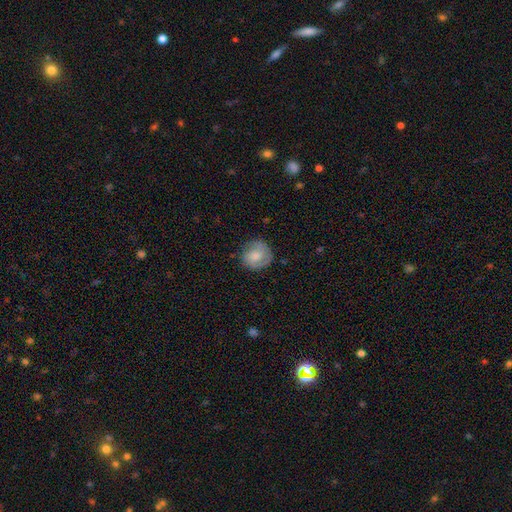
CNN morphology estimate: smooth_or_featured: smooth (p=0.60) [alt: featured or disk p=0.33]
how_rounded: round (p=0.86) [alt: in between p=0.13]
merging: none (p=0.73) [alt: minor disturbance p=0.19]